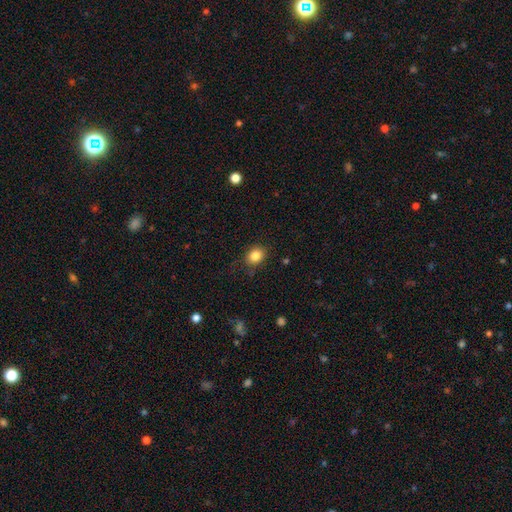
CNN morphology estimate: smooth-or-featured: smooth: 84% | star or artifact: 10% | featured or disk: 6%
  how-rounded: round: 52% | in between: 47% | cigar-shaped: 1%
  merging: none: 83% | minor disturbance: 13% | major disturbance: 3% | merger: 1%